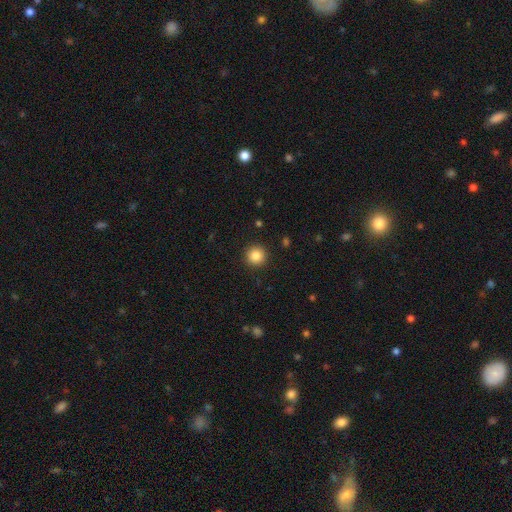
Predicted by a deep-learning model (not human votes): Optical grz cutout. It shows a smooth galaxy with no disk features (86%) that is round (95%). Merging: none (92%).